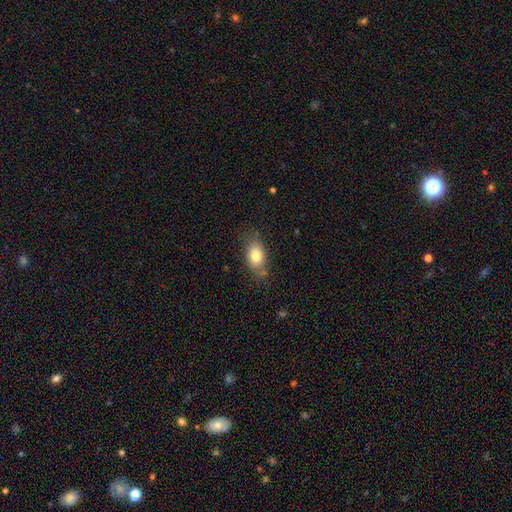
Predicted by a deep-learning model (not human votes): A smooth galaxy with no disk features (79%) that is in between round and cigar-shaped (84%). Merging: none (73%).